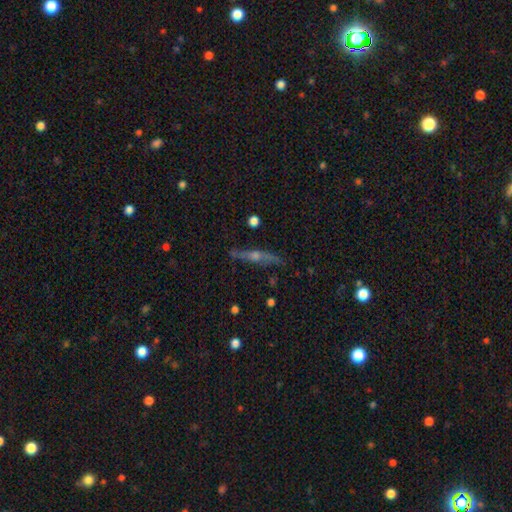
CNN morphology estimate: Smooth or featured? featured or disk (71%)
Edge-on disk? yes (94%)
Edge-on bulge? rounded (87%)
Merging? none (83%)